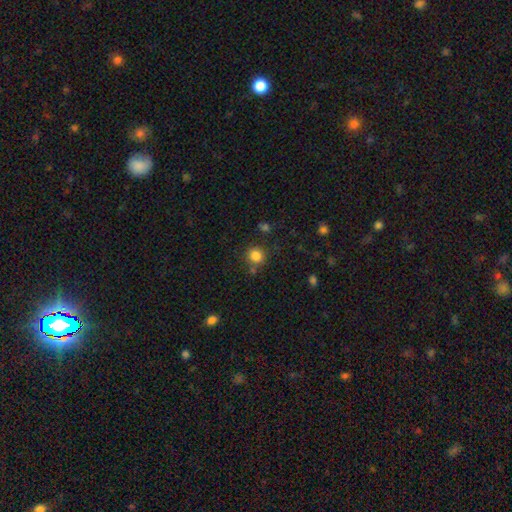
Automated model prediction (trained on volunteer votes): Smooth or featured? smooth (83%)
How rounded? round (89%)
Merging? none (80%)